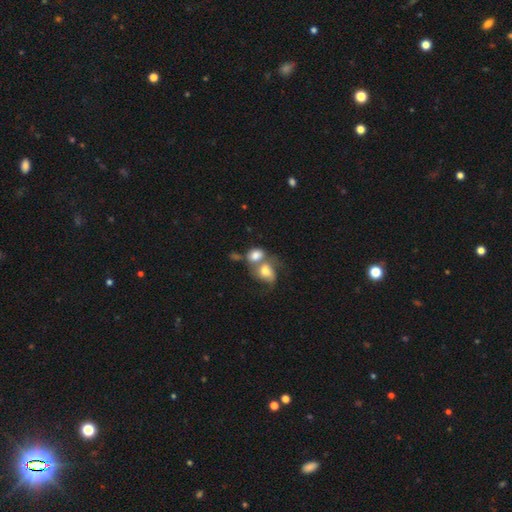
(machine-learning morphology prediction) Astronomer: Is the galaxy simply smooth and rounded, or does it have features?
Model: smooth — 67%.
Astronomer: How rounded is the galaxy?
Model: in between — 64%.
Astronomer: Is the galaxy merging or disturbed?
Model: merger — 69%.